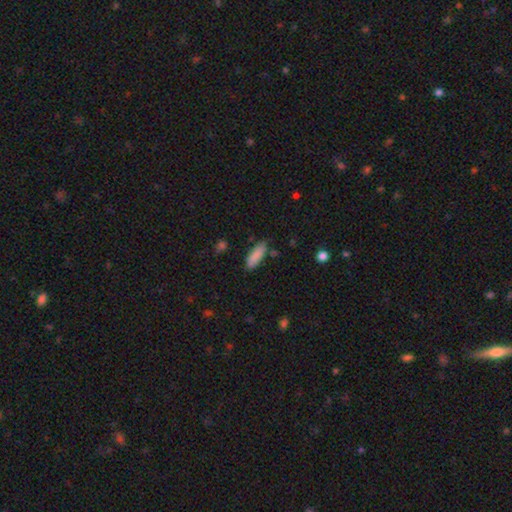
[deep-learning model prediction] smooth_or_featured: smooth (p=0.87) [alt: star or artifact p=0.07]
how_rounded: in between (p=0.52) [alt: cigar-shaped p=0.47]
merging: none (p=0.80) [alt: minor disturbance p=0.14]